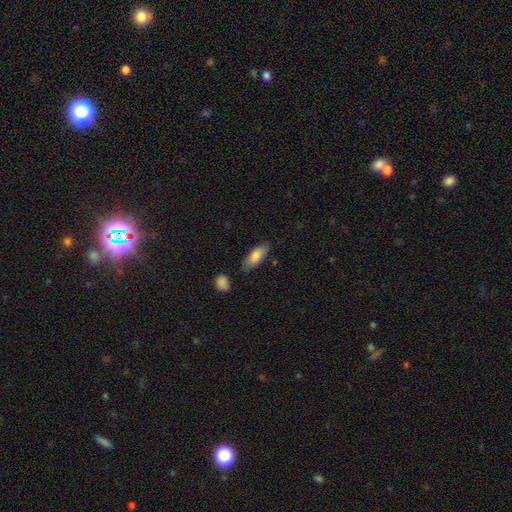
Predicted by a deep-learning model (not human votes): Morphology: type=smooth (80%); roundness=in between (70%); merging=none (78%).